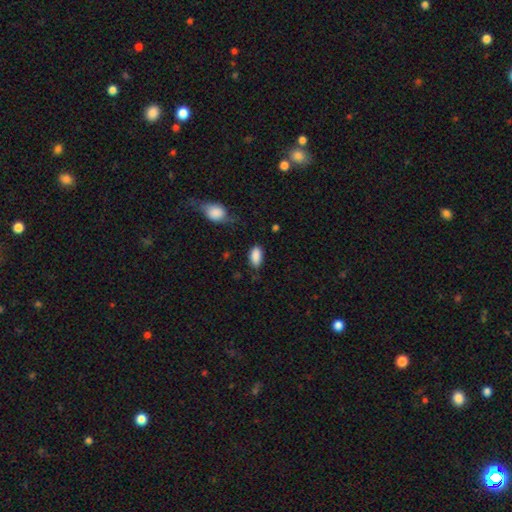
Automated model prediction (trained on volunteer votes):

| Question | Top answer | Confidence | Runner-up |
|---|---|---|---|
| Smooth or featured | smooth | 88% | star or artifact (7%) |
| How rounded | in between | 92% | round (4%) |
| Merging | none | 70% | minor disturbance (22%) |